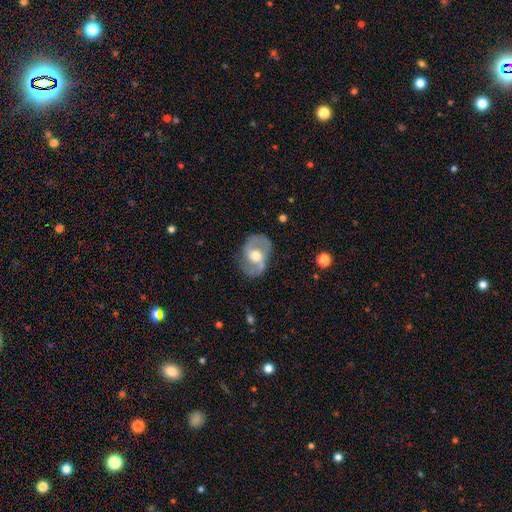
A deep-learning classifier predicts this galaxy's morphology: A featured or disk galaxy (73%) with no bar (49%), 2 (84%) medium (49%) spiral arms (73%) and a moderate central bulge (68%). Merging: none (71%).